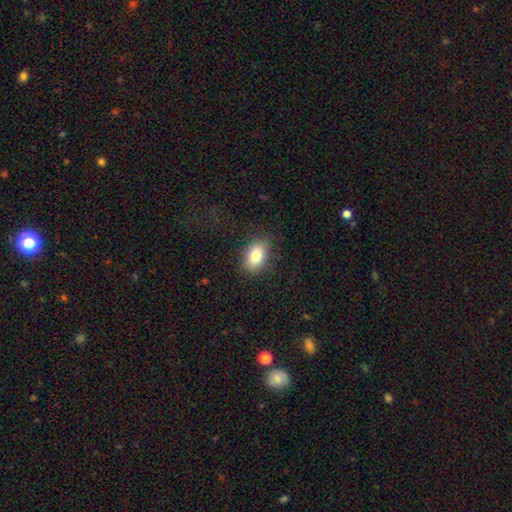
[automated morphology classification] smooth 81%, featured or disk 10%, star or artifact 8%. Down the decision tree: how rounded — in between (87%); merging — none (81%).